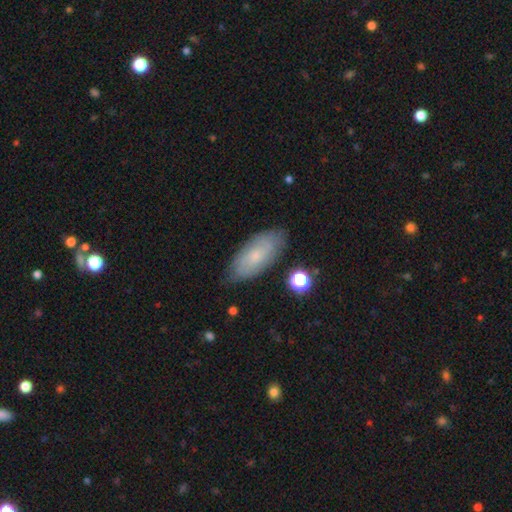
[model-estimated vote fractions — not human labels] Smooth or featured: smooth — 54% (featured or disk — 38%)
How rounded: in between — 86% (cigar-shaped — 12%)
Merging: none — 76% (minor disturbance — 18%)